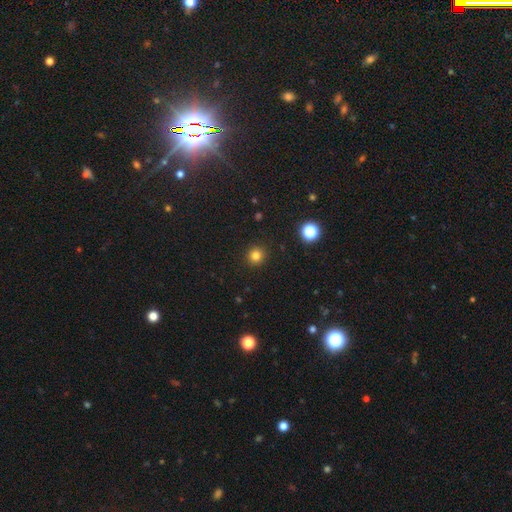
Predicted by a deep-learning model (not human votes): Smooth or featured? Predicted: smooth (p=0.81). How rounded? Predicted: round (p=0.92). Merging? Predicted: none (p=0.92).